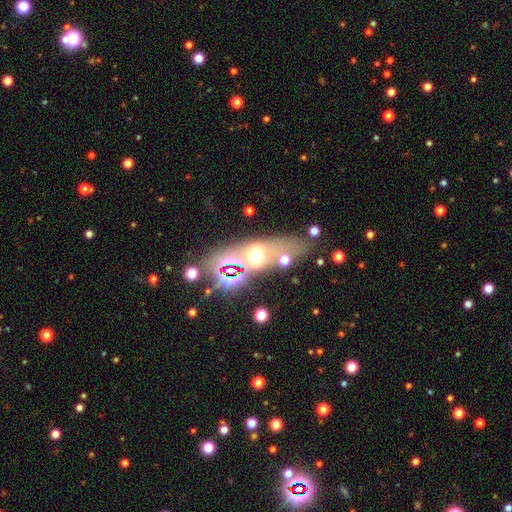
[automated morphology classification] Overall: smooth (44%; featured or disk 31%). Merging: none (66%).